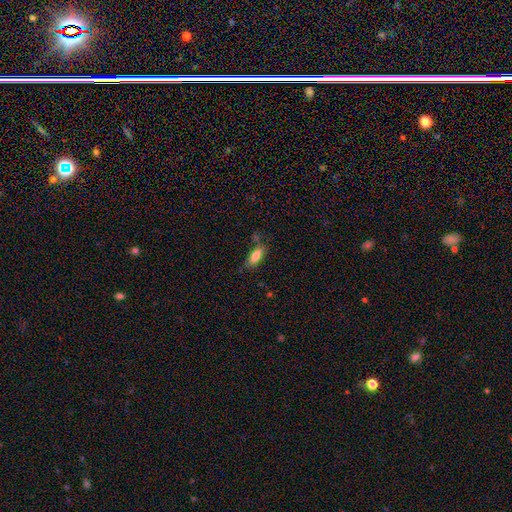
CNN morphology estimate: A smooth galaxy with no disk features (80%) that is in between round and cigar-shaped (72%). Merging: none (68%).